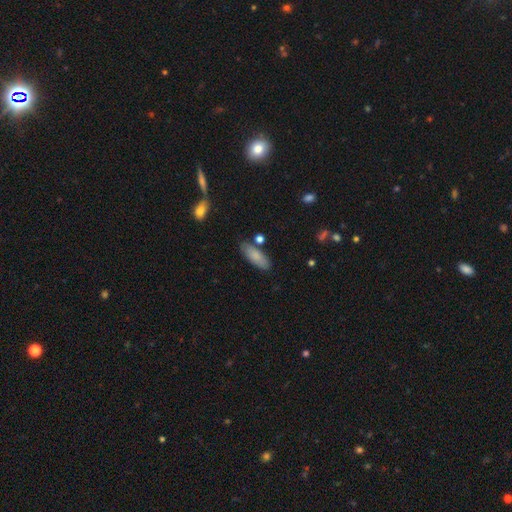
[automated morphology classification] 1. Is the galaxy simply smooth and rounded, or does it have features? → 82% smooth, 11% featured or disk, 6% star or artifact.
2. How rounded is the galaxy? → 74% in between, 24% cigar-shaped, 2% round.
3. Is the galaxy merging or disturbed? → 78% none, 14% minor disturbance, 5% merger, 3% major disturbance.